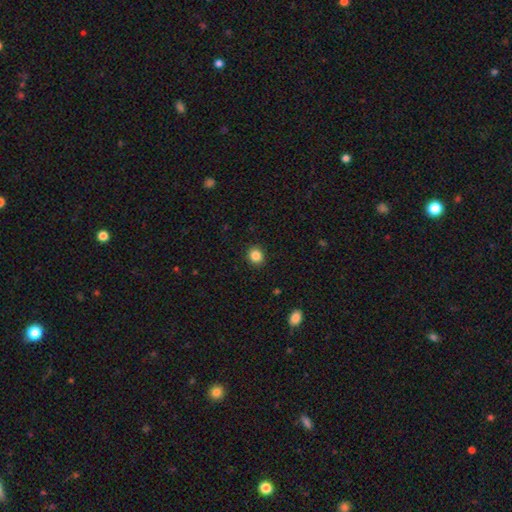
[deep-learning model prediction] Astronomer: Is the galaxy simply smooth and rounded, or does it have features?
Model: smooth — 85%.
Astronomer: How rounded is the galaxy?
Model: round — 83%.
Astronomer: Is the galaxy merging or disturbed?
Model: none — 92%.